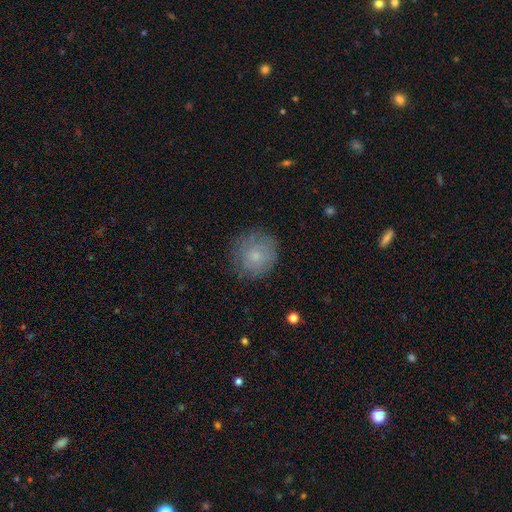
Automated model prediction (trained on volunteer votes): smooth-or-featured: smooth: 71% | featured or disk: 20% | star or artifact: 9%
  how-rounded: round: 90% | in between: 9% | cigar-shaped: 1%
  merging: none: 78% | minor disturbance: 16% | major disturbance: 5% | merger: 1%